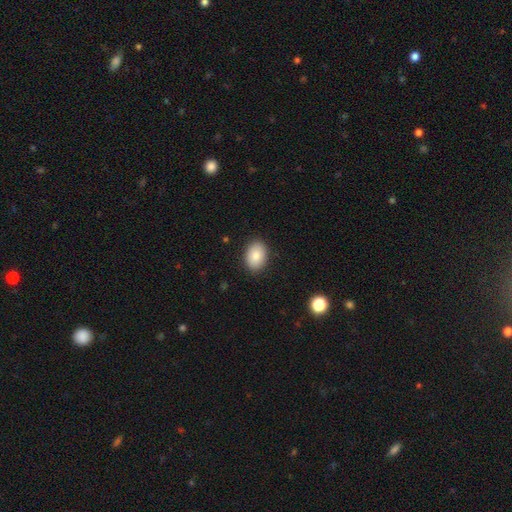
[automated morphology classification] A smooth galaxy with no disk features (82%) that is in between round and cigar-shaped (79%).

Vote fractions:
- Smooth or featured? smooth: 82% / featured or disk: 10% / star or artifact: 8%
- How rounded? in between: 79% / round: 20% / cigar-shaped: 1%
- Merging? none: 89% / minor disturbance: 8% / major disturbance: 2% / merger: 1%